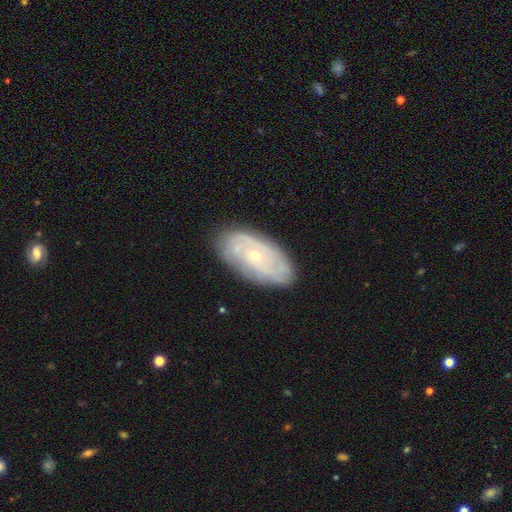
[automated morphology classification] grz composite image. It shows a featured or disk galaxy (76%) with no bar (78%), tight (68%) spiral arms (87%) and a small central bulge (71%). Merging: none (81%).